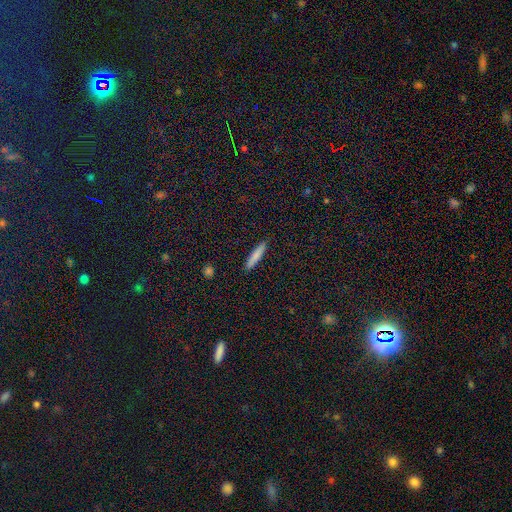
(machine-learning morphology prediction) Smooth or featured: smooth — 78% (featured or disk — 15%)
How rounded: cigar-shaped — 90% (in between — 8%)
Merging: none — 91% (minor disturbance — 7%)